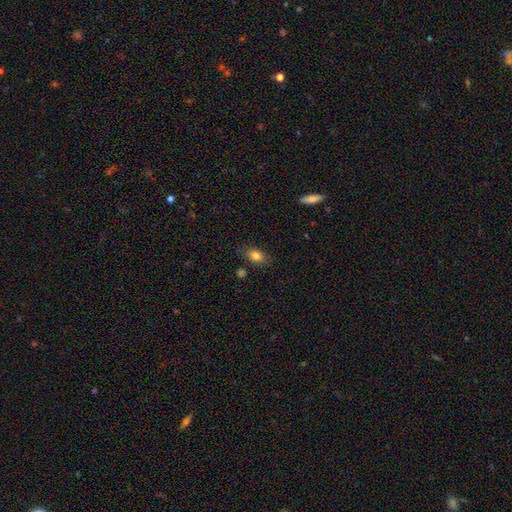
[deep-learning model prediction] Morphology: type=smooth (81%); roundness=in between (83%); merging=none (81%).